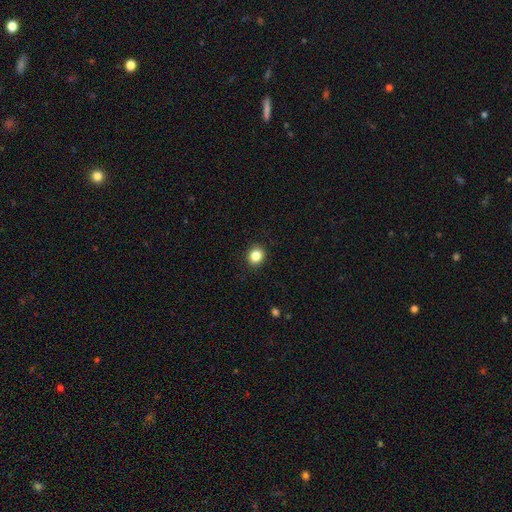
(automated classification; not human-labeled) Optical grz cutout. It shows a smooth galaxy with no disk features (85%) that is round (78%). Merging: none (92%).